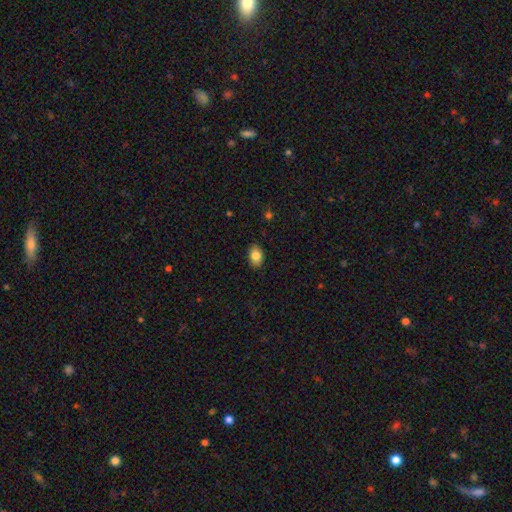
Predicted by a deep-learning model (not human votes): Morphology: type=smooth (83%); roundness=in between (85%); merging=none (88%).